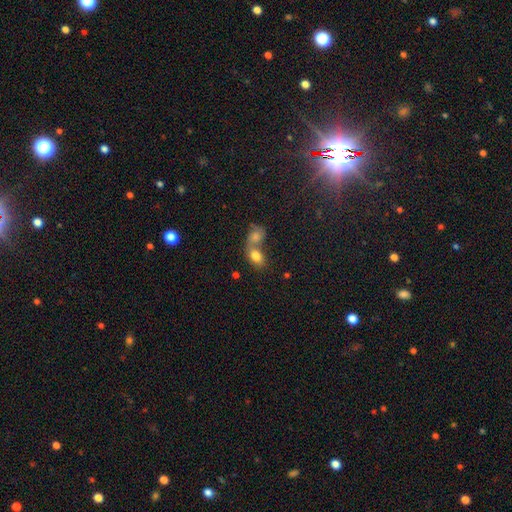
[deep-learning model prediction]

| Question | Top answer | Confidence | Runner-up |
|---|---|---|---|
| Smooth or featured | smooth | 77% | featured or disk (14%) |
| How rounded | in between | 79% | round (19%) |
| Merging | merger | 66% | none (22%) |